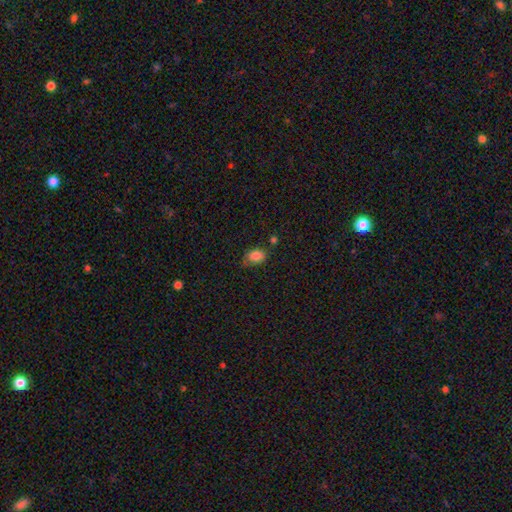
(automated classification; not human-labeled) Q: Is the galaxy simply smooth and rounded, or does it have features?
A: smooth — 85%.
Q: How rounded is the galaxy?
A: in between — 77%.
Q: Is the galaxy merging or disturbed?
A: none — 62%.